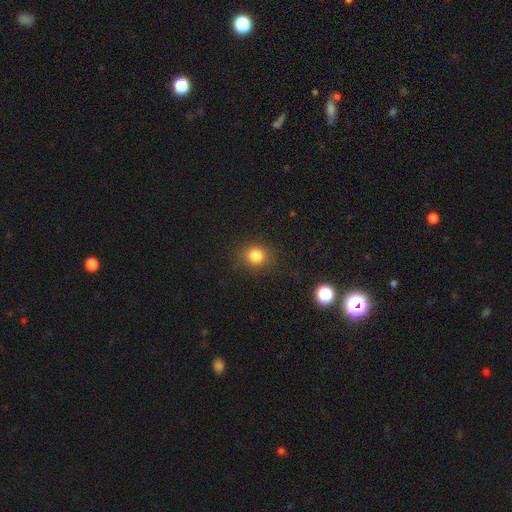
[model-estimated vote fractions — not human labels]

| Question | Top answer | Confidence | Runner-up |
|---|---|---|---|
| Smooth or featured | smooth | 83% | star or artifact (13%) |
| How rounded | round | 81% | in between (18%) |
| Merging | none | 87% | minor disturbance (9%) |